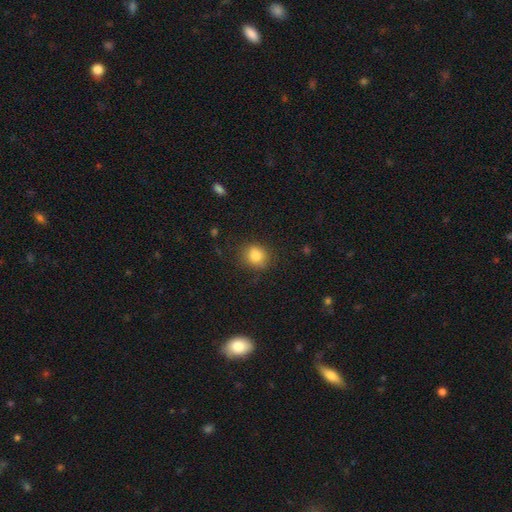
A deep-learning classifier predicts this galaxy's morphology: Smooth or featured: smooth — 81% (star or artifact — 11%)
How rounded: round — 72% (in between — 27%)
Merging: none — 78% (minor disturbance — 16%)